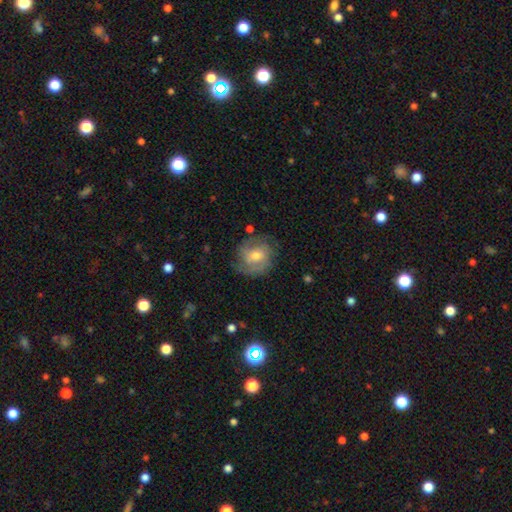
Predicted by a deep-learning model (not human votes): Smooth or featured? featured or disk (67%)
Edge-on disk? no (97%)
Bar? no (53%)
Spiral arms? yes (87%)
Spiral winding? tight (45%)
Spiral arm count? 2 (46%)
Bulge size? moderate (65%)
Merging? none (72%)